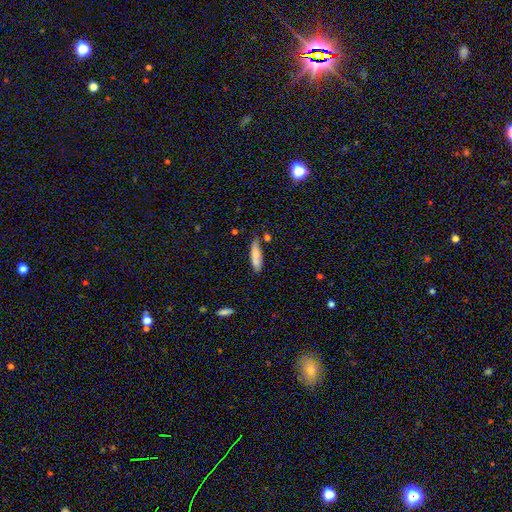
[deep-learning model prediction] Smooth or featured? Predicted: smooth (p=0.77). How rounded? Predicted: cigar-shaped (p=0.63). Merging? Predicted: none (p=0.65).